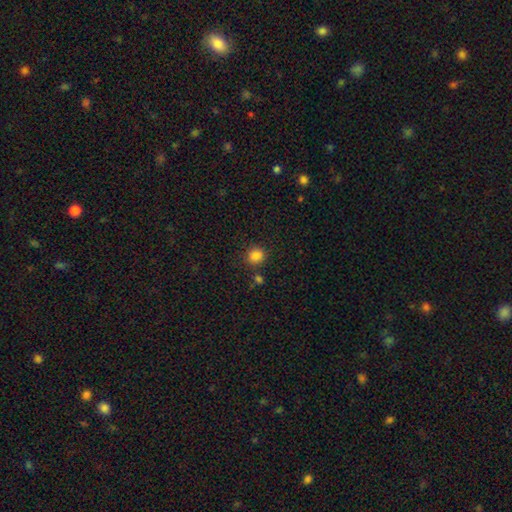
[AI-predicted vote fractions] Q: Smooth or featured?
A: smooth (85%); runner-up: star or artifact (12%)
Q: How rounded?
A: round (77%); runner-up: in between (22%)
Q: Merging?
A: none (80%); runner-up: minor disturbance (10%)